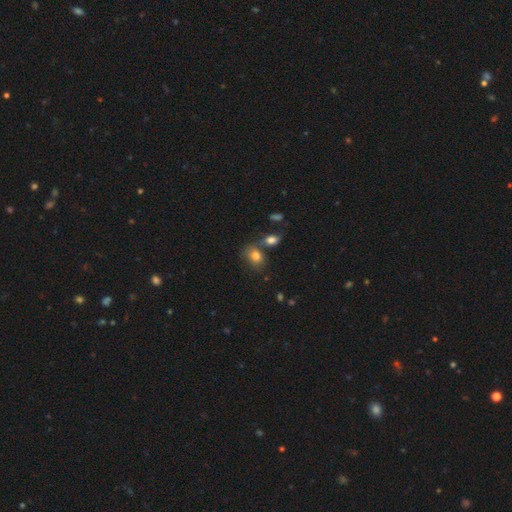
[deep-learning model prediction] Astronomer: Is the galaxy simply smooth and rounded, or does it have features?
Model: smooth — 79%.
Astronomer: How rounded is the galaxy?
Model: in between — 65%.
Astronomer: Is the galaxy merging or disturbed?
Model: none — 55%.